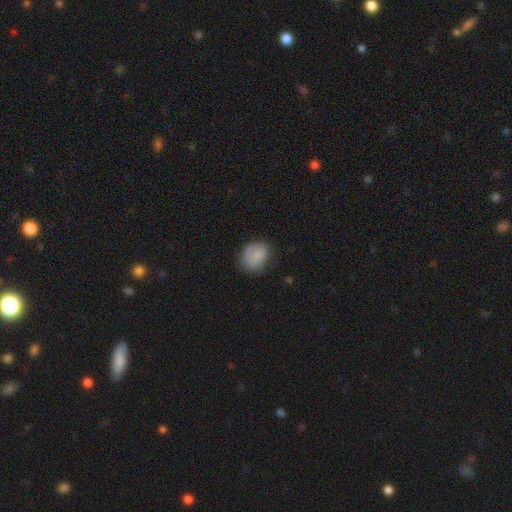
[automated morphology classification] Smooth or featured?
  - smooth: 84% *
  - star or artifact: 8%
  - featured or disk: 8%
How rounded?
  - round: 55% *
  - in between: 44%
  - cigar-shaped: 1%
Merging?
  - none: 70% *
  - minor disturbance: 22%
  - major disturbance: 6%
  - merger: 1%